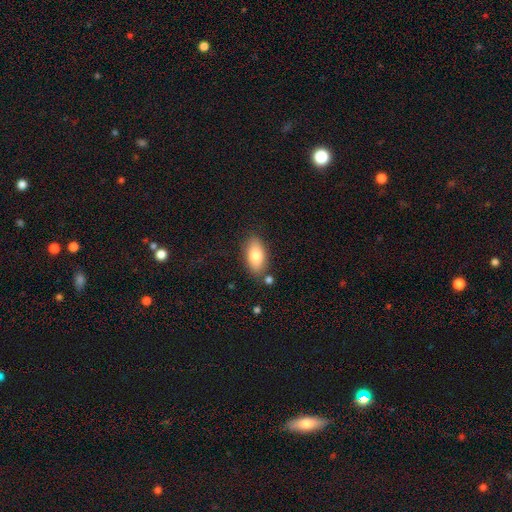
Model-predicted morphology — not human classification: Smooth or featured: smooth — 79% (featured or disk — 14%)
How rounded: in between — 91% (cigar-shaped — 6%)
Merging: none — 80% (minor disturbance — 12%)